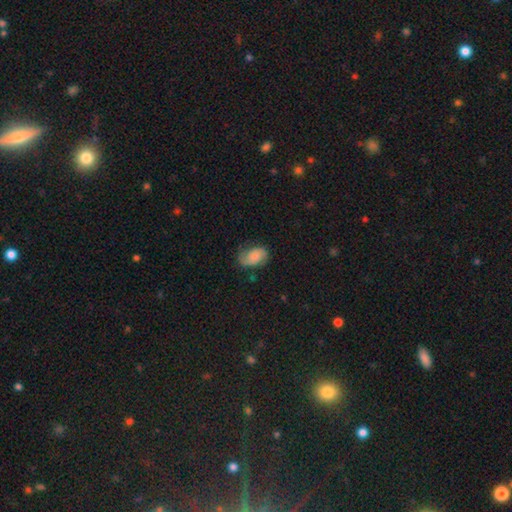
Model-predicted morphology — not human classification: Smooth or featured? Predicted: smooth (p=0.61). How rounded? Predicted: in between (p=0.90). Merging? Predicted: none (p=0.56).